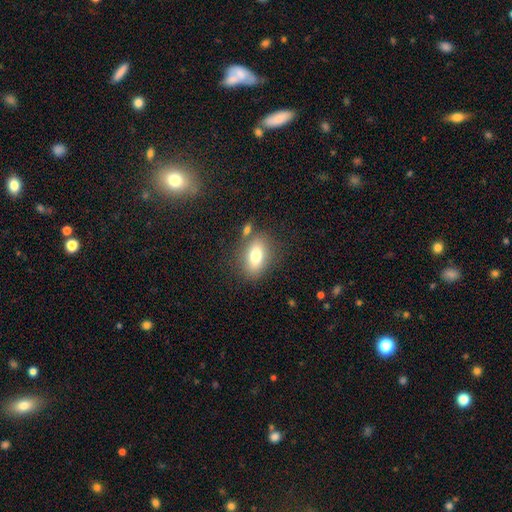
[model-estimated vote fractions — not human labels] This is likely a smooth galaxy (74%). How rounded: clearly in between (80%). Merging: likely none (73%).